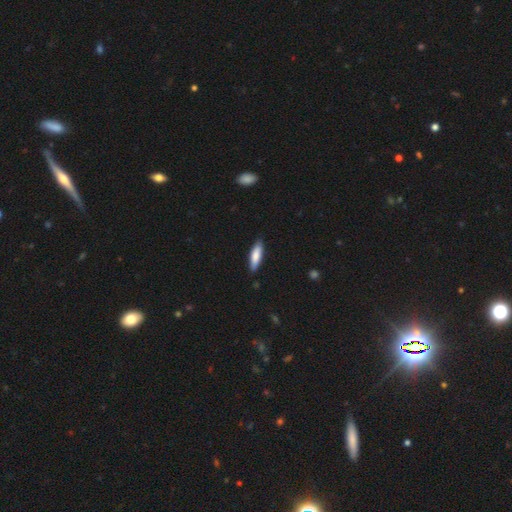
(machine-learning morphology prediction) Smooth or featured? Predicted: smooth (p=0.80). How rounded? Predicted: cigar-shaped (p=0.61). Merging? Predicted: none (p=0.85).